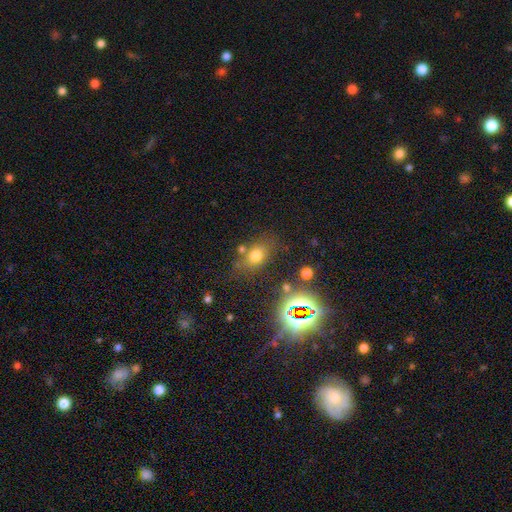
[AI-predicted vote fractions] Q: Smooth or featured?
A: smooth (69%); runner-up: star or artifact (19%)
Q: How rounded?
A: in between (67%); runner-up: round (30%)
Q: Merging?
A: none (68%); runner-up: minor disturbance (16%)